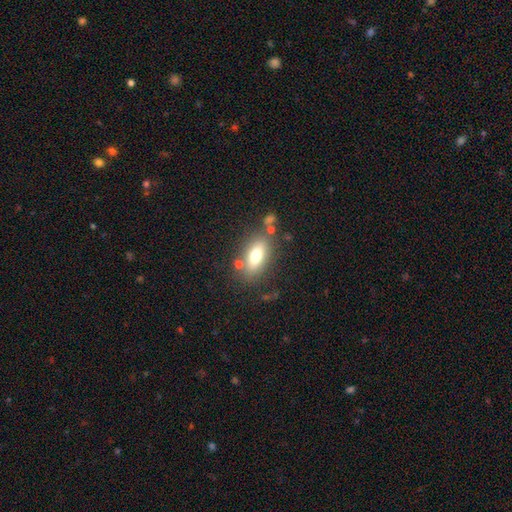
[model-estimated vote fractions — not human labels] The model was most divided on "smooth or featured": smooth: 71%, featured or disk: 20%, star or artifact: 9%. More confident: how rounded — in between (82%); merging — none (75%).